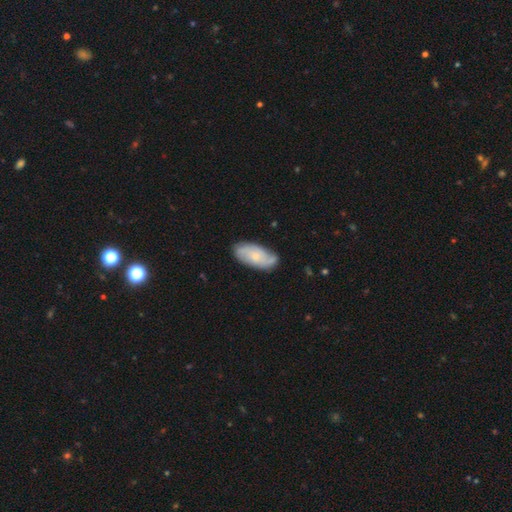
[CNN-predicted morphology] Smooth or featured: featured or disk — 50% (smooth — 44%)
Edge-on disk: no — 92% (yes — 8%)
Merging: none — 70% (minor disturbance — 23%)